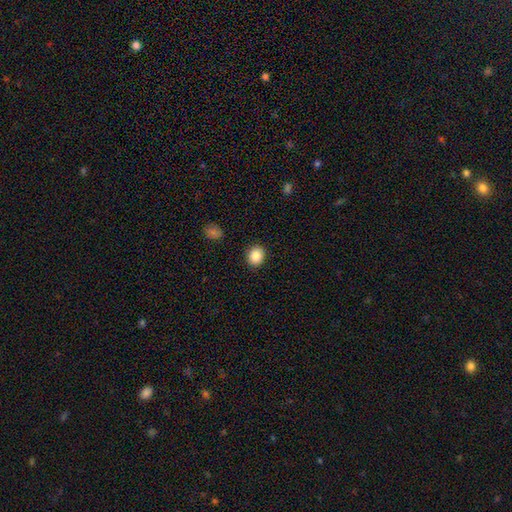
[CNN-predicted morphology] This is clearly a smooth galaxy (86%). How rounded: likely round (65%). Merging: clearly none (90%).